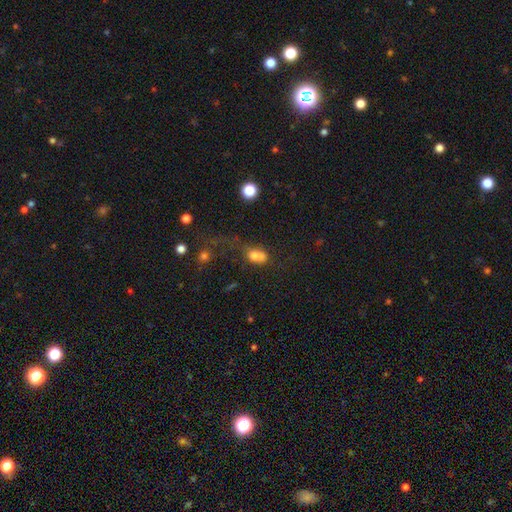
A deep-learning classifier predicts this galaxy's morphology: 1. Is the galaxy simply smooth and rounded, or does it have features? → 70% smooth, 16% featured or disk, 14% star or artifact.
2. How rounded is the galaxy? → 62% in between, 33% round, 4% cigar-shaped.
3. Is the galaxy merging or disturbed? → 43% merger, 22% none, 20% major disturbance, 14% minor disturbance.